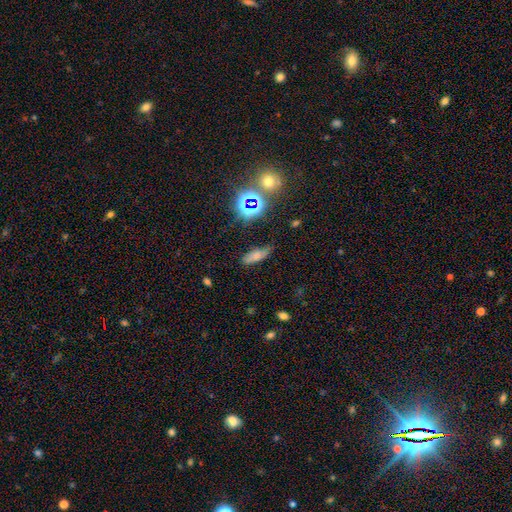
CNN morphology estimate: This is likely a smooth galaxy (64%). How rounded: possibly in between (57%). Merging: likely none (69%).